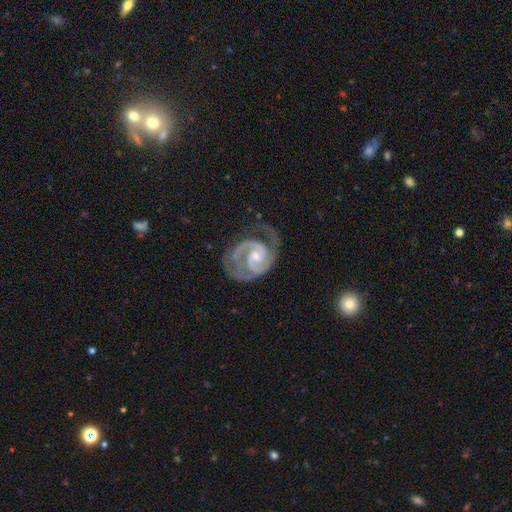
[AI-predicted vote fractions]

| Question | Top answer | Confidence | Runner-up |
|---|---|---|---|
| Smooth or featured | featured or disk | 93% | star or artifact (4%) |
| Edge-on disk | no | 98% | yes (2%) |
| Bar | no | 53% | weak (36%) |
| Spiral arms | yes | 98% | no (2%) |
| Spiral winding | medium | 47% | tight (46%) |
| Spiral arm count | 2 | 86% | 3 (5%) |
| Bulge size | small | 59% | moderate (36%) |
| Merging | none | 63% | minor disturbance (21%) |